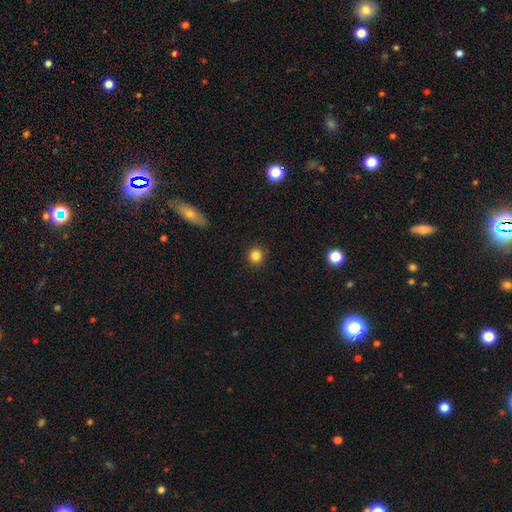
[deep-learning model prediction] This is clearly a smooth galaxy (85%). How rounded: clearly round (92%). Merging: clearly none (90%).